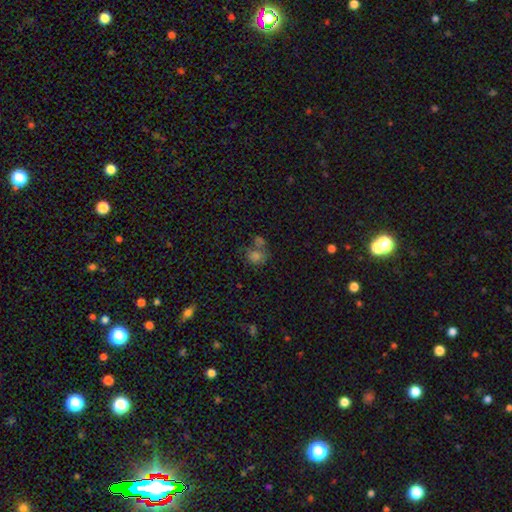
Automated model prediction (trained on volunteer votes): smooth_or_featured: smooth (p=0.67) [alt: star or artifact p=0.21]
how_rounded: round (p=0.66) [alt: in between p=0.33]
merging: none (p=0.46) [alt: merger p=0.33]